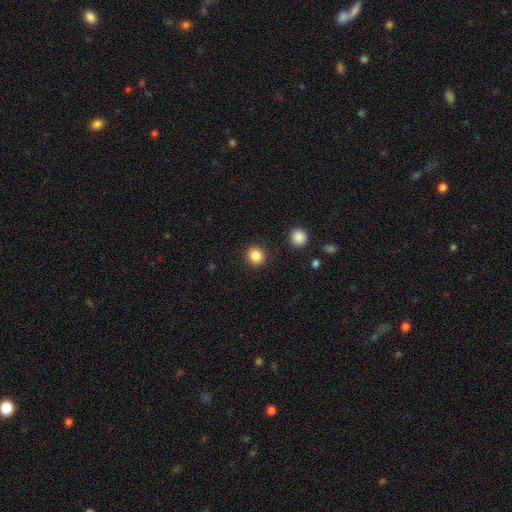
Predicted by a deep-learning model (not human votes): Morphology: type=smooth (86%); roundness=round (90%); merging=none (91%).